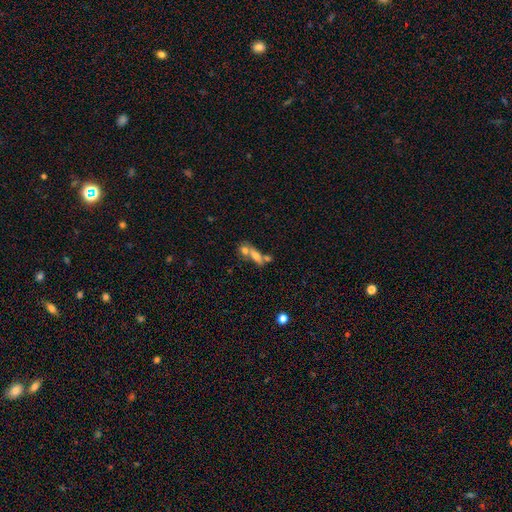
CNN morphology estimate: This appears to be a smooth galaxy with no disk features (56%) that is in between round and cigar-shaped (47%). Merging: merger (54%).